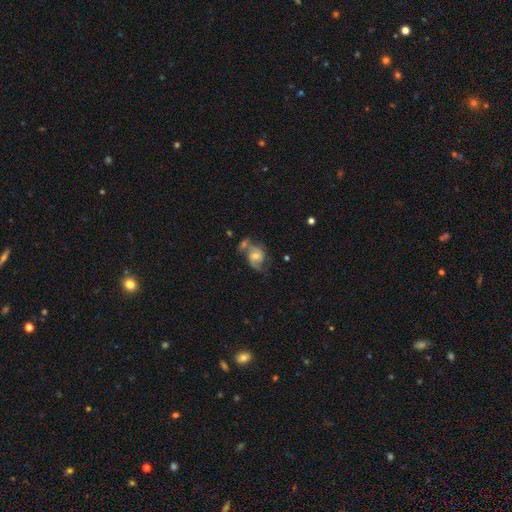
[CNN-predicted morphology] This appears to be a featured or disk galaxy (70%) with no bar (58%), 2 (80%) medium (48%) spiral arms (89%) and a moderate central bulge (47%). Merging: none (39%).